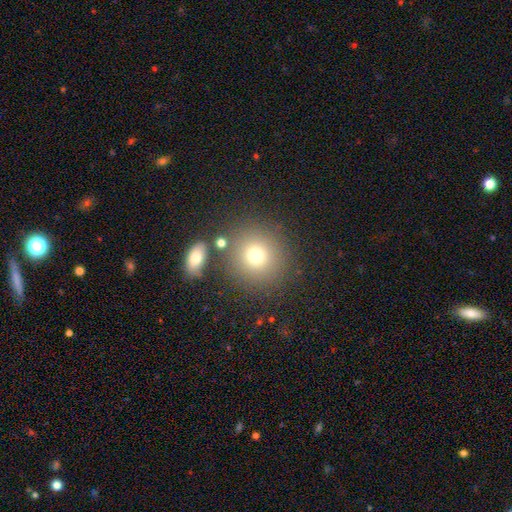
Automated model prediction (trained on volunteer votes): smooth_or_featured: smooth (p=0.74) [alt: star or artifact p=0.14]
how_rounded: round (p=0.90) [alt: in between p=0.09]
merging: none (p=0.79) [alt: merger p=0.08]